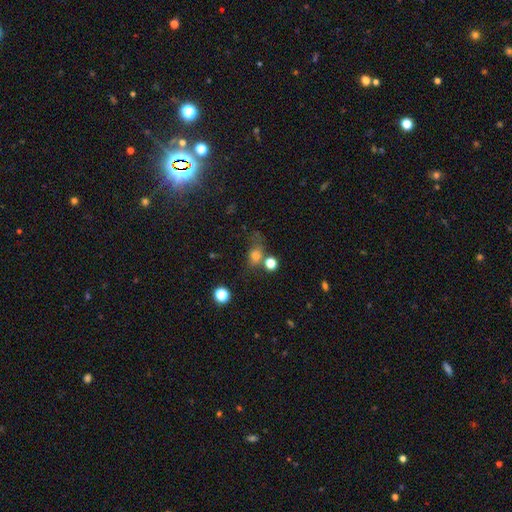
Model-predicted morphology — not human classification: This is likely a smooth galaxy (71%). How rounded: possibly round (50%). Merging: possibly none (48%).